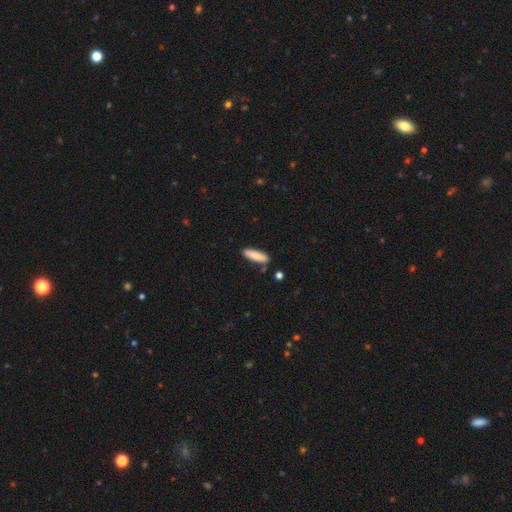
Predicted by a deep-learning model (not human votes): A smooth galaxy with no disk features (84%) that is cigar-shaped (63%).

Vote fractions:
- Smooth or featured? smooth: 84% / featured or disk: 10% / star or artifact: 6%
- How rounded? cigar-shaped: 63% / in between: 35% / round: 2%
- Merging? none: 83% / minor disturbance: 11% / merger: 4% / major disturbance: 2%